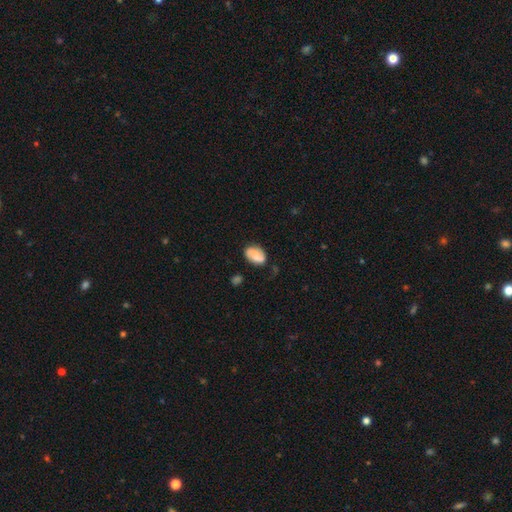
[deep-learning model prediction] This is possibly a smooth galaxy (56%). How rounded: clearly in between (83%). Merging: likely none (71%).